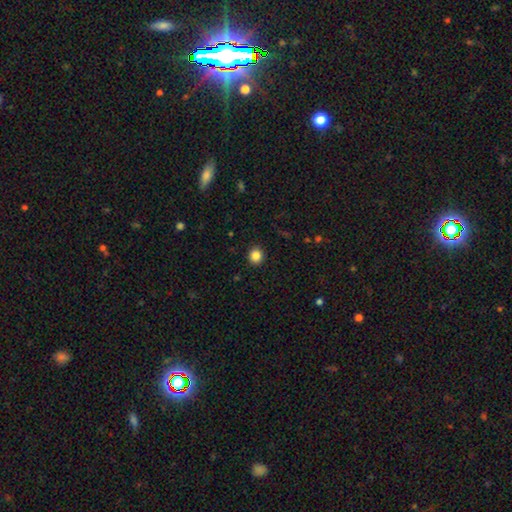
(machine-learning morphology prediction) smooth 85%, star or artifact 11%, featured or disk 4%. Down the decision tree: how rounded — round (87%); merging — none (92%).